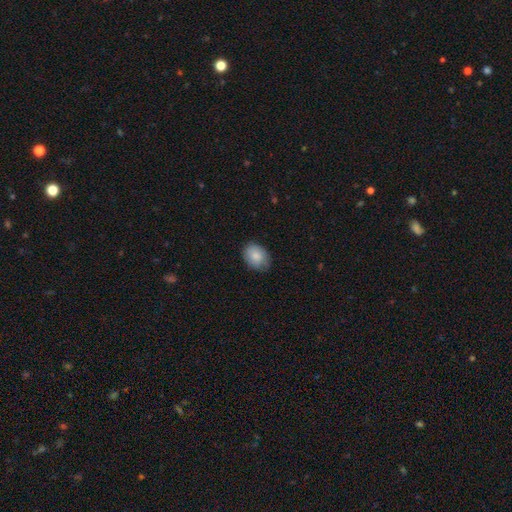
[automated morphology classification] Overall: smooth (84%). How rounded: in between (70%). Merging: none (78%).